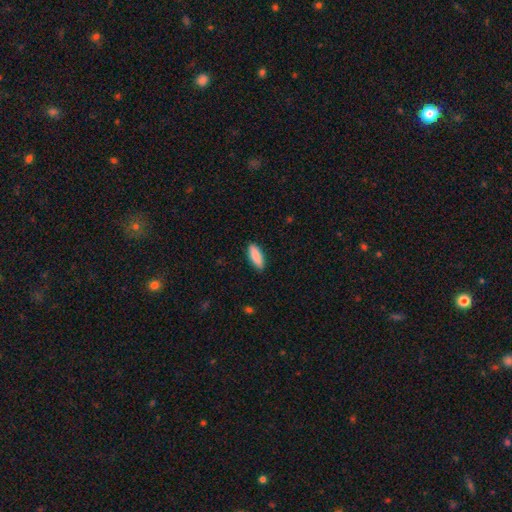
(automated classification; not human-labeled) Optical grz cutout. It shows a smooth galaxy with no disk features (89%) that is in between round and cigar-shaped (64%). Merging: none (88%).